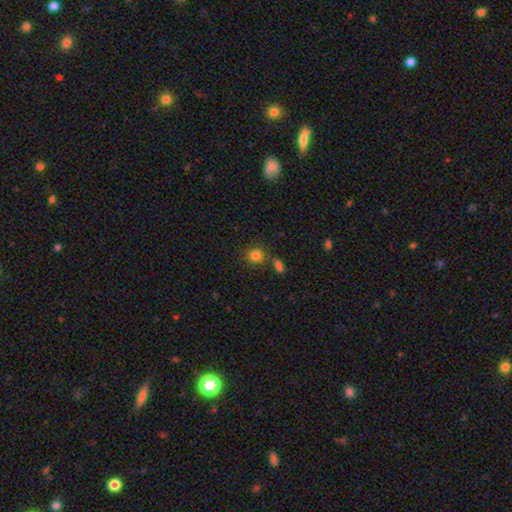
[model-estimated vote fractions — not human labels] Morphology: type=smooth (82%); roundness=round (86%); merging=none (75%).